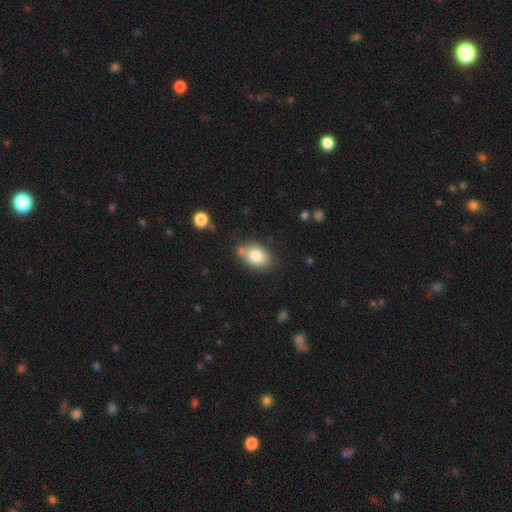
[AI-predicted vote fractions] Morphology: type=smooth (81%); roundness=in between (81%); merging=none (73%).